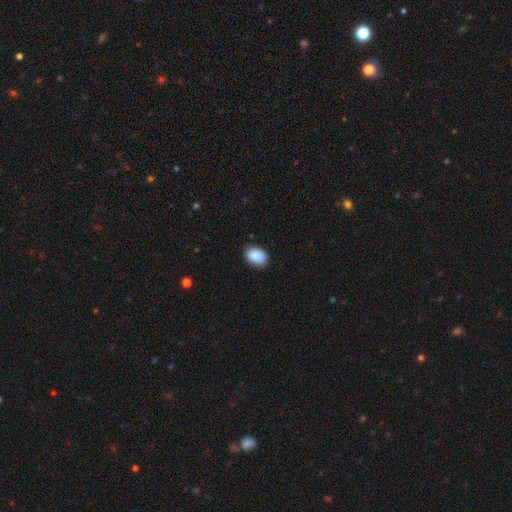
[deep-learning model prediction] Smooth or featured: smooth — 89% (star or artifact — 7%)
How rounded: in between — 82% (round — 17%)
Merging: none — 83% (minor disturbance — 14%)